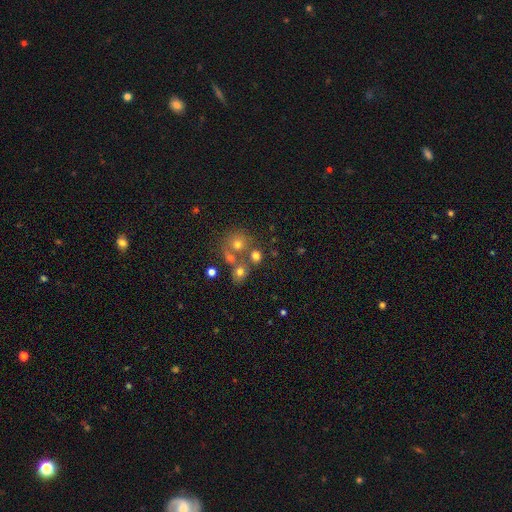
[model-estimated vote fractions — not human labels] Morphology: type=smooth (68%); roundness=round (76%); merging=none (55%).